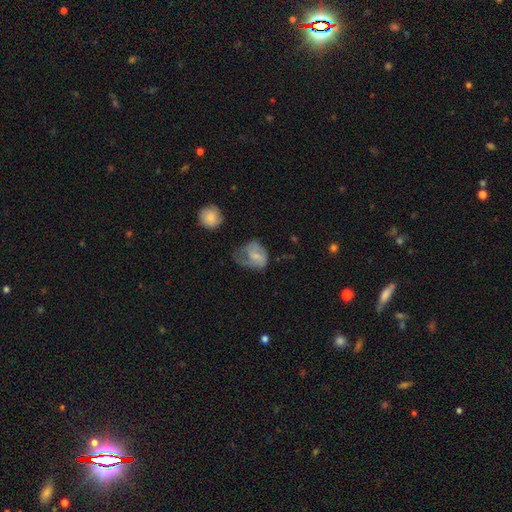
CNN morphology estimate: Smooth or featured? Predicted: smooth (p=0.55). How rounded? Predicted: in between (p=0.59). Merging? Predicted: major disturbance (p=0.45).